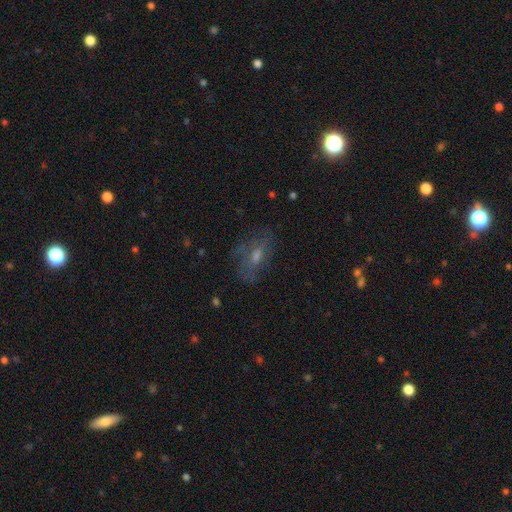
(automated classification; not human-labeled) smooth_or_featured: featured or disk (p=0.48) [alt: smooth p=0.38]
merging: none (p=0.61) [alt: minor disturbance p=0.21]